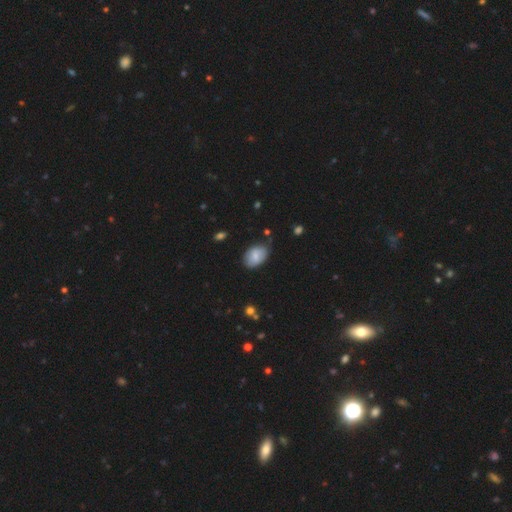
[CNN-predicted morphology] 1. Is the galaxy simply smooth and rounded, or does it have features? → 76% smooth, 16% featured or disk, 7% star or artifact.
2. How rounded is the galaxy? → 87% in between, 12% round, 1% cigar-shaped.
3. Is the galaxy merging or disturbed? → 75% none, 19% minor disturbance, 4% major disturbance, 2% merger.